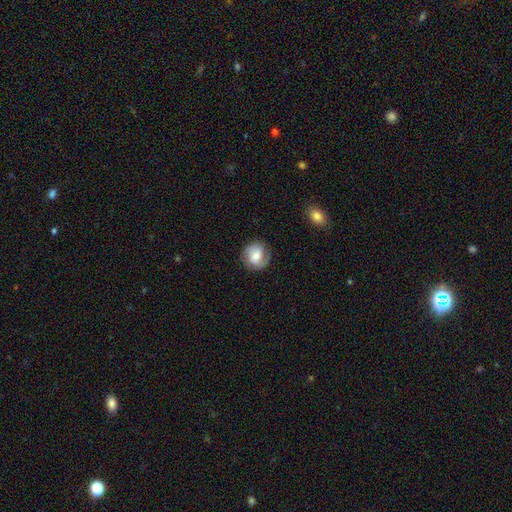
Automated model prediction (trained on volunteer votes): Overall: featured or disk (51%; smooth 41%). Edge-on disk: no (97%). Merging: none (77%).